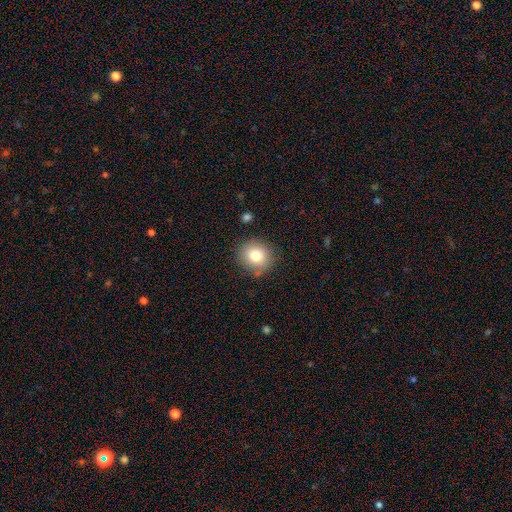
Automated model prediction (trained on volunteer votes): Smooth or featured? Predicted: smooth (p=0.79). How rounded? Predicted: round (p=0.78). Merging? Predicted: none (p=0.84).